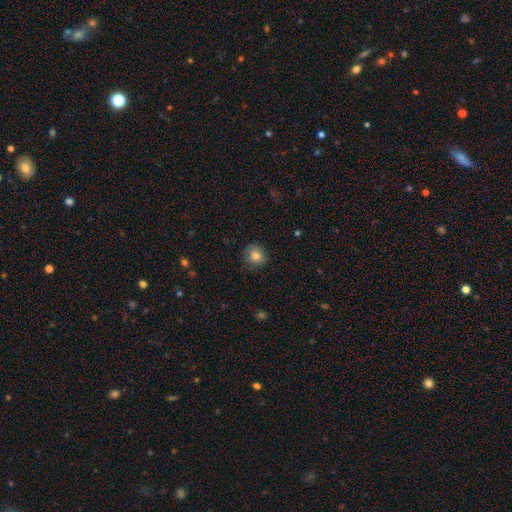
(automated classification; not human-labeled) Smooth or featured: smooth — 82% (star or artifact — 10%)
How rounded: round — 85% (in between — 14%)
Merging: none — 81% (minor disturbance — 14%)